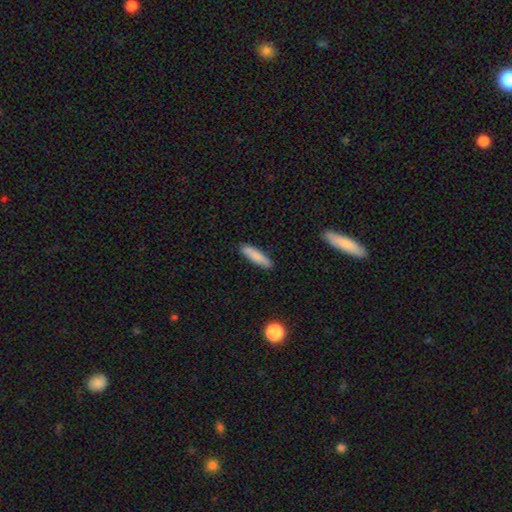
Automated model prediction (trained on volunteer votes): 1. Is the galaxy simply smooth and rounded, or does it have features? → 85% smooth, 9% featured or disk, 6% star or artifact.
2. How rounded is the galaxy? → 78% cigar-shaped, 21% in between, 1% round.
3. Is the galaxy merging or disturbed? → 88% none, 9% minor disturbance, 2% major disturbance, 1% merger.